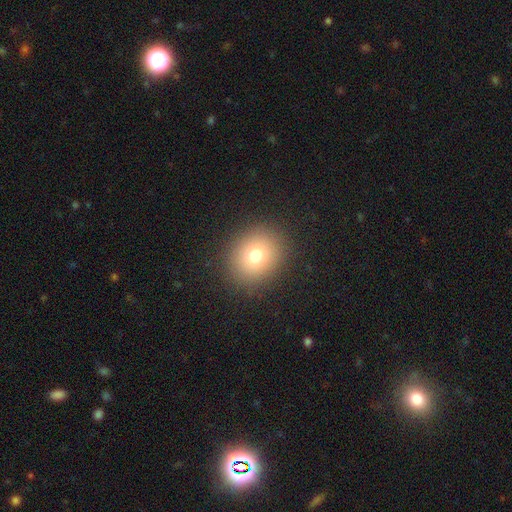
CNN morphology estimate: type=smooth (75%); roundness=round (70%); merging=none (89%).